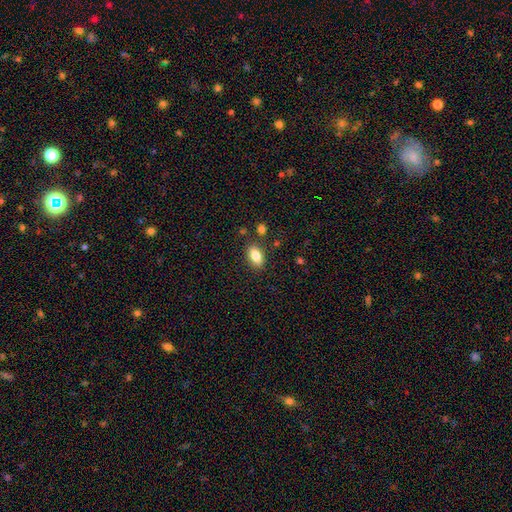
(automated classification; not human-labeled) Smooth or featured: smooth — 83% (featured or disk — 9%)
How rounded: in between — 89% (round — 6%)
Merging: none — 83% (minor disturbance — 10%)